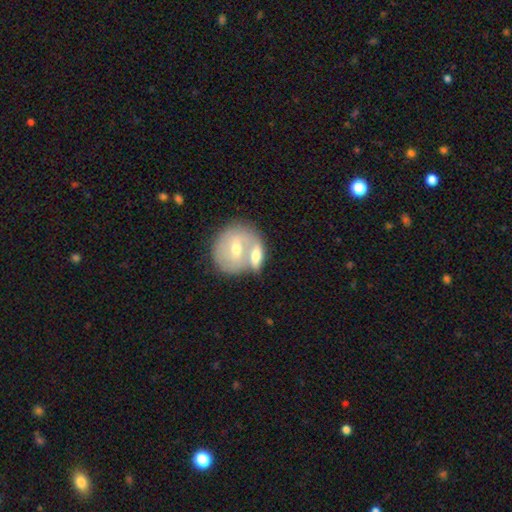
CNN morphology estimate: Q: Smooth or featured?
A: smooth (50%); runner-up: featured or disk (44%)
Q: Merging?
A: merger (61%); runner-up: none (26%)